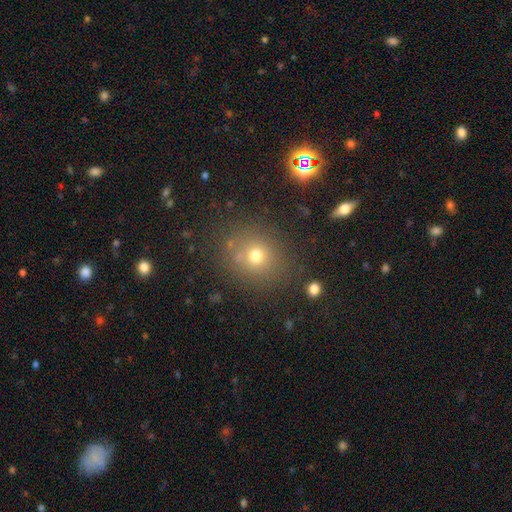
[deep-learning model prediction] Morphology: type=smooth (69%); roundness=round (79%); merging=none (81%).